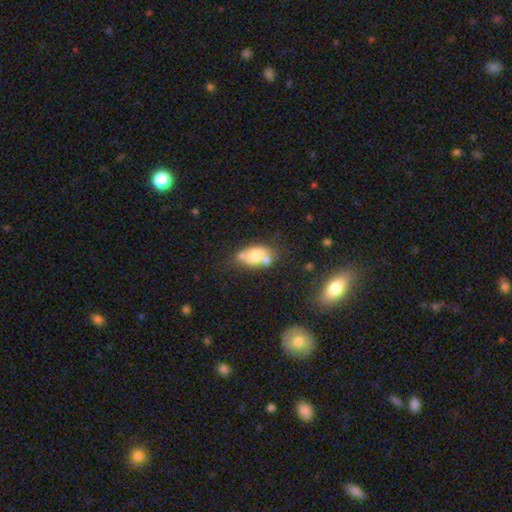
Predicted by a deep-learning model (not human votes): Q: Smooth or featured?
A: smooth (60%); runner-up: featured or disk (32%)
Q: How rounded?
A: in between (84%); runner-up: round (12%)
Q: Merging?
A: none (40%); runner-up: merger (33%)